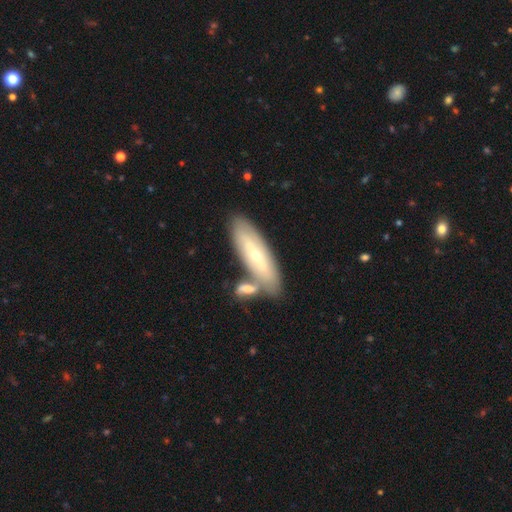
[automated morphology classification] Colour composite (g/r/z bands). It shows a featured or disk galaxy (56%). Merging: none (63%).